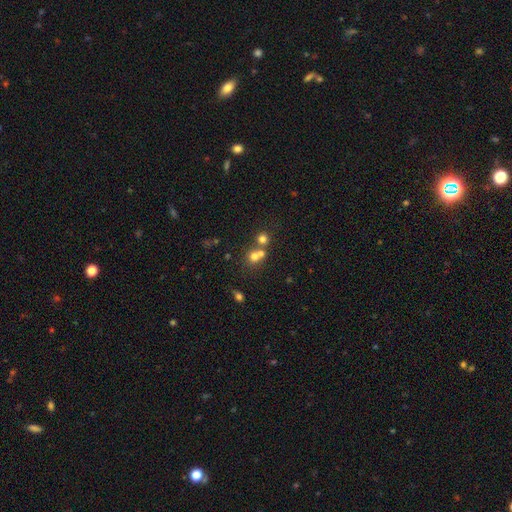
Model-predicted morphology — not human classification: smooth-or-featured: smooth: 68% | star or artifact: 17% | featured or disk: 15%
  how-rounded: round: 82% | in between: 17% | cigar-shaped: 1%
  merging: merger: 50% | none: 40% | minor disturbance: 6% | major disturbance: 3%